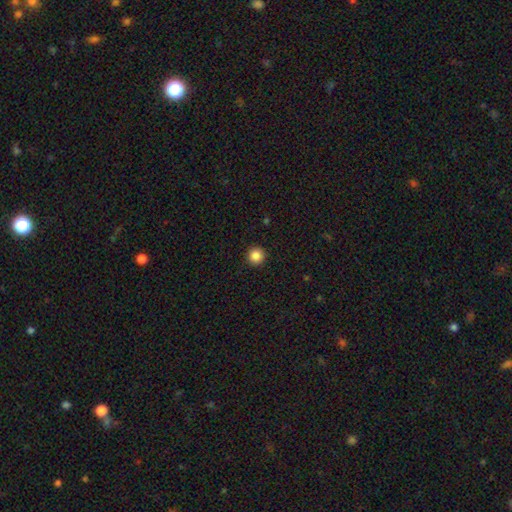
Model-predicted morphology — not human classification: This appears to be a smooth galaxy with no disk features (86%) that is round (96%). Merging: none (93%).